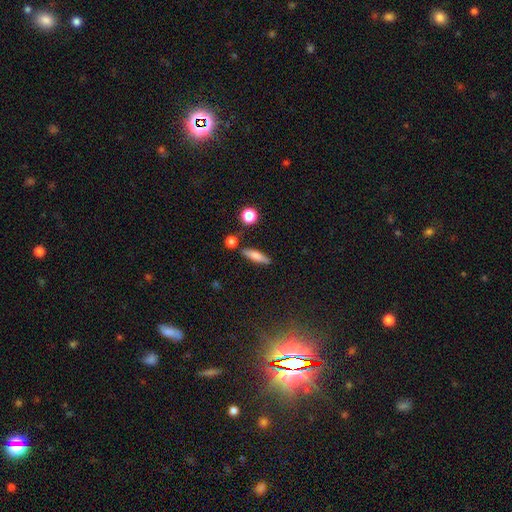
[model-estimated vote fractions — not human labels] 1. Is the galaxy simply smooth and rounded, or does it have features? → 70% smooth, 21% featured or disk, 8% star or artifact.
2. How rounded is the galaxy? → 72% cigar-shaped, 24% in between, 4% round.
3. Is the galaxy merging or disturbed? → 81% none, 11% minor disturbance, 6% merger, 3% major disturbance.